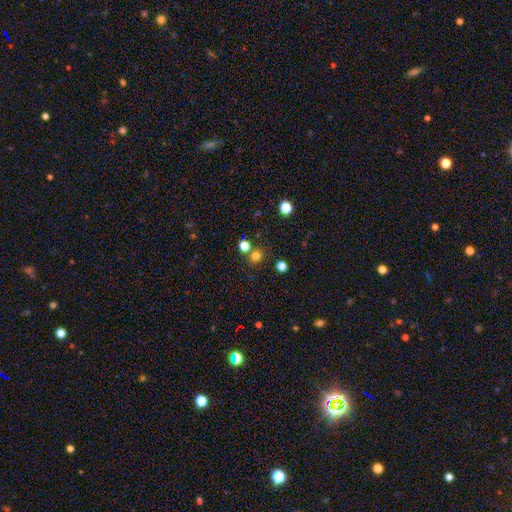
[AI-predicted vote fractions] smooth 74%, star or artifact 21%, featured or disk 6%. Down the decision tree: how rounded — round (85%); merging — none (76%).